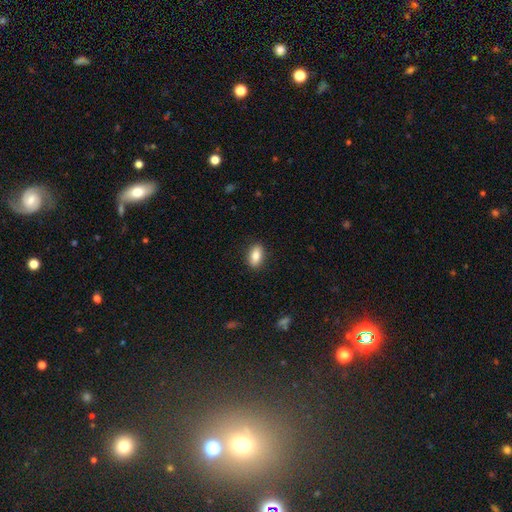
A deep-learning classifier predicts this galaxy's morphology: smooth 84%, featured or disk 9%, star or artifact 7%. Down the decision tree: how rounded — in between (88%); merging — none (88%).